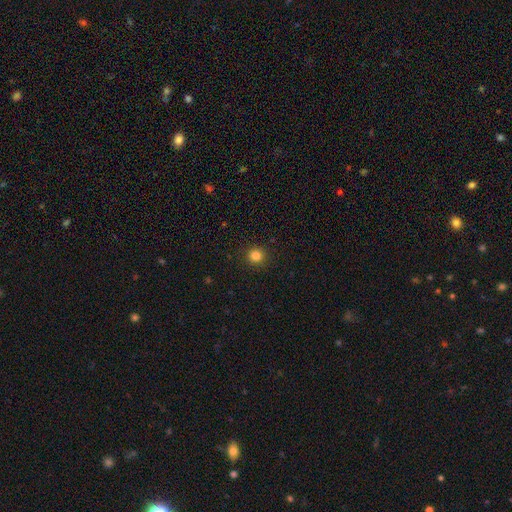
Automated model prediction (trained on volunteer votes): A smooth galaxy with no disk features (83%) that is round (94%).

Vote fractions:
- Smooth or featured? smooth: 83% / star or artifact: 13% / featured or disk: 5%
- How rounded? round: 94% / in between: 6% / cigar-shaped: 1%
- Merging? none: 92% / minor disturbance: 5% / major disturbance: 2% / merger: 1%